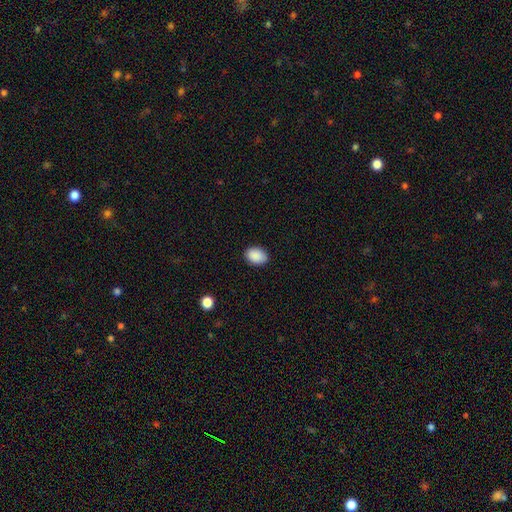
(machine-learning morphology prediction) This appears to be a smooth galaxy with no disk features (90%) that is in between round and cigar-shaped (74%). Merging: none (88%).